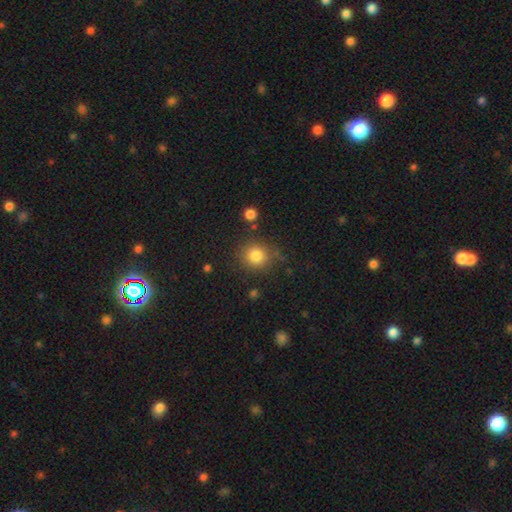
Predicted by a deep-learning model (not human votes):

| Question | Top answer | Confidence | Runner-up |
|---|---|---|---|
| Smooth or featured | smooth | 82% | star or artifact (11%) |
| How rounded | round | 88% | in between (11%) |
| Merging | none | 80% | minor disturbance (11%) |